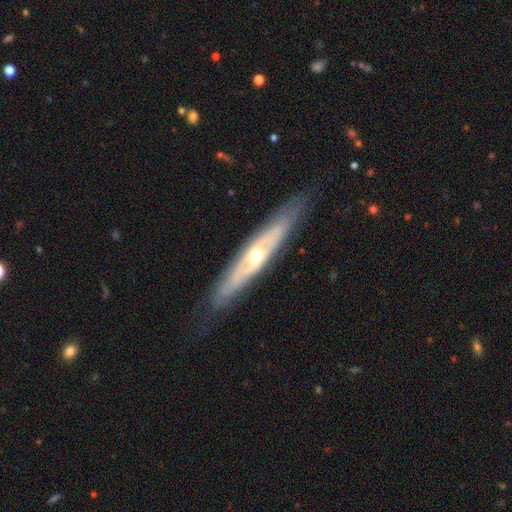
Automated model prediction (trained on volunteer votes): smooth_or_featured: featured or disk (p=0.75) [alt: smooth p=0.20]
disk_edge_on: yes (p=0.54) [alt: no p=0.46]
merging: none (p=0.80) [alt: minor disturbance p=0.14]